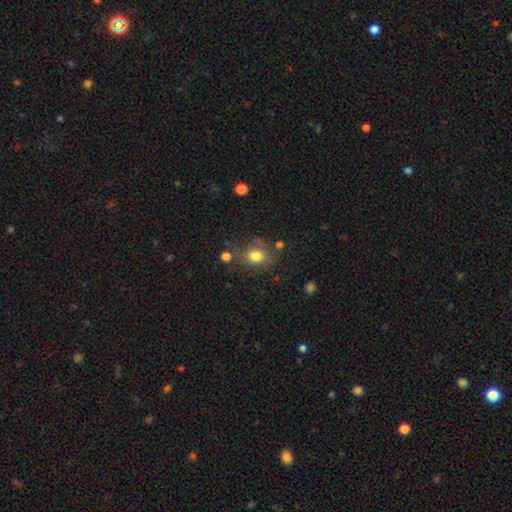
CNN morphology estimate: This is likely a smooth galaxy (78%). How rounded: possibly round (53%). Merging: likely none (64%).